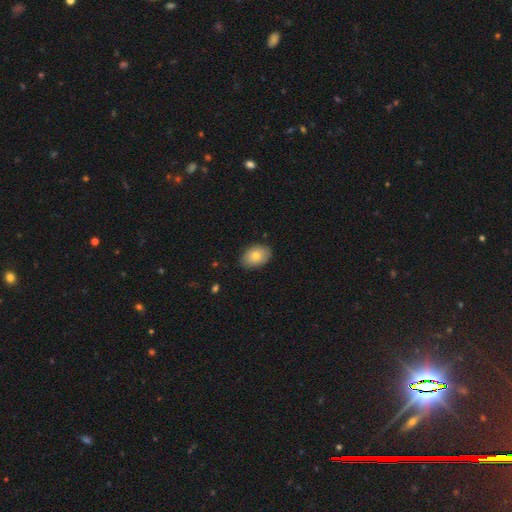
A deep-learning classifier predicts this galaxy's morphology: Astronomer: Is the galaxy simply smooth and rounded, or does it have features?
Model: smooth — 79%.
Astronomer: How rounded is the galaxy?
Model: in between — 84%.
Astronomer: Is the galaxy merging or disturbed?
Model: none — 85%.